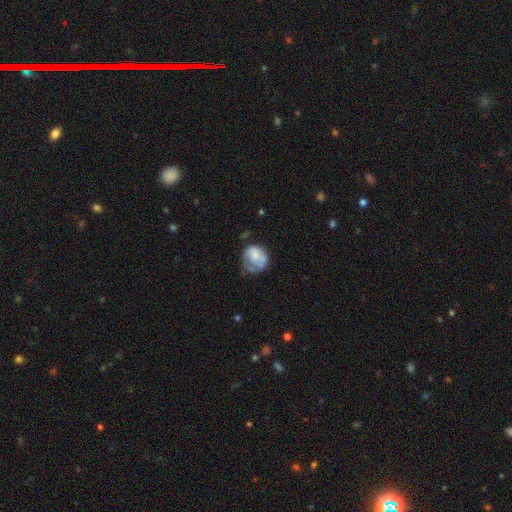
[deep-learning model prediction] Smooth or featured? smooth (55%)
How rounded? round (69%)
Merging? none (39%)